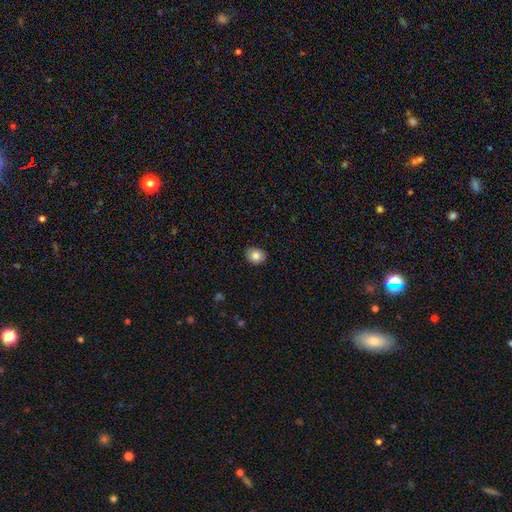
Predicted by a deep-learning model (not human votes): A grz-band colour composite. It shows a smooth galaxy with no disk features (84%) that is round (58%). Merging: none (85%).